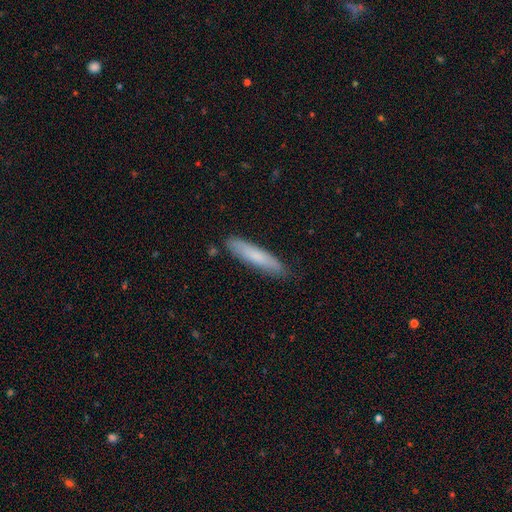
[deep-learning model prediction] Smooth or featured? smooth (76%)
How rounded? cigar-shaped (87%)
Merging? none (85%)